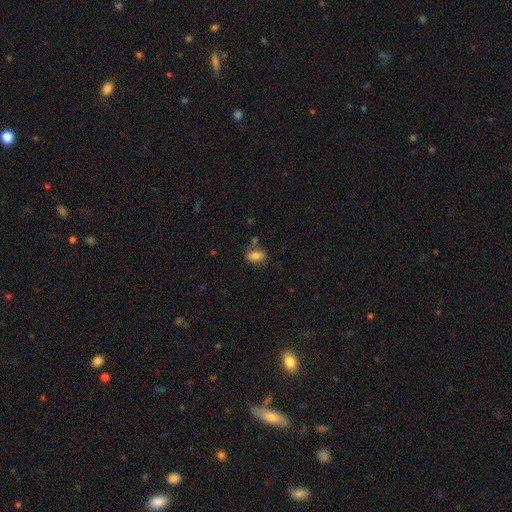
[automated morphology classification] smooth-or-featured: smooth: 81% | featured or disk: 11% | star or artifact: 9%
  how-rounded: in between: 84% | round: 8% | cigar-shaped: 8%
  merging: none: 73% | minor disturbance: 14% | merger: 9% | major disturbance: 4%